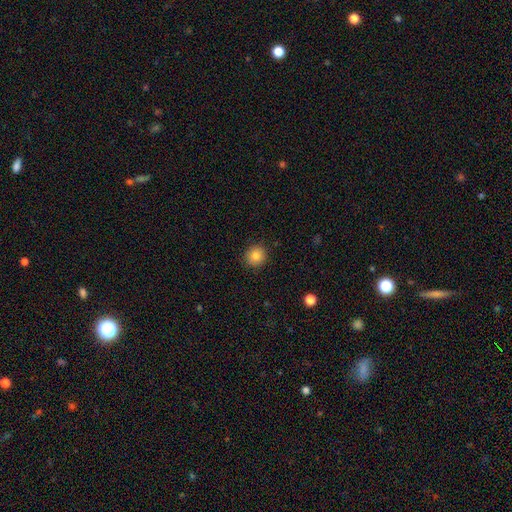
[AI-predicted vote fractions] smooth 84%, star or artifact 10%, featured or disk 6%. Down the decision tree: how rounded — round (93%); merging — none (91%).